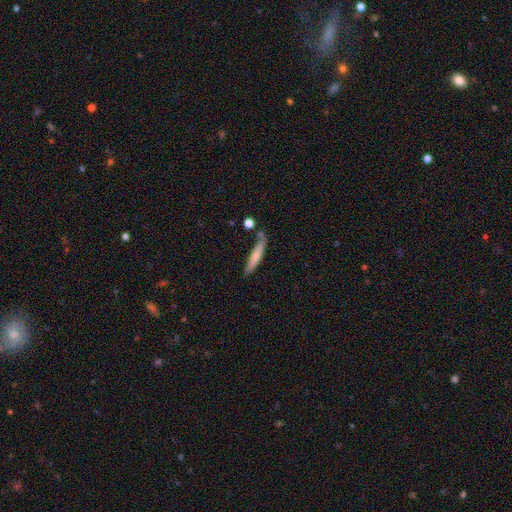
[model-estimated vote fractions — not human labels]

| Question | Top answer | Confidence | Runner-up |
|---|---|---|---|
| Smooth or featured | smooth | 68% | featured or disk (26%) |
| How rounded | cigar-shaped | 91% | in between (8%) |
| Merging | none | 67% | minor disturbance (19%) |